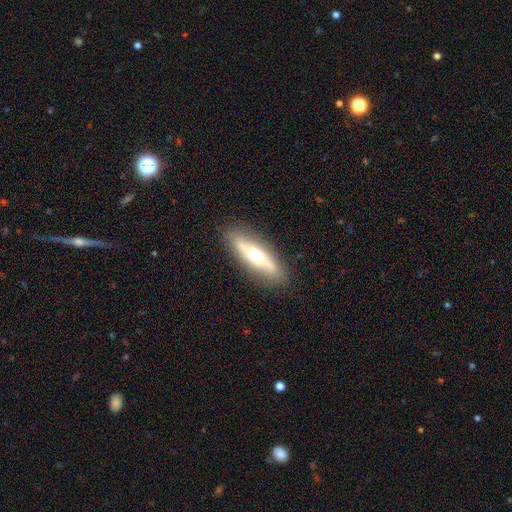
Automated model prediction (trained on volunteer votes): A featured or disk galaxy (51%) viewed edge-on (62%).

Vote fractions:
- Smooth or featured? featured or disk: 51% / smooth: 42% / star or artifact: 6%
- Edge-on disk? yes: 62% / no: 38%
- Merging? none: 86% / minor disturbance: 10% / major disturbance: 3% / merger: 1%